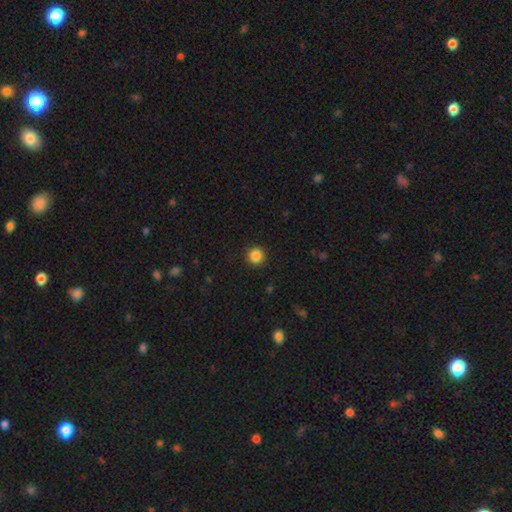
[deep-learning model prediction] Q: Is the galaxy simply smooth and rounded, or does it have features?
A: smooth — 86%.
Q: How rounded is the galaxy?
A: round — 95%.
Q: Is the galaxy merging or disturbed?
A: none — 92%.